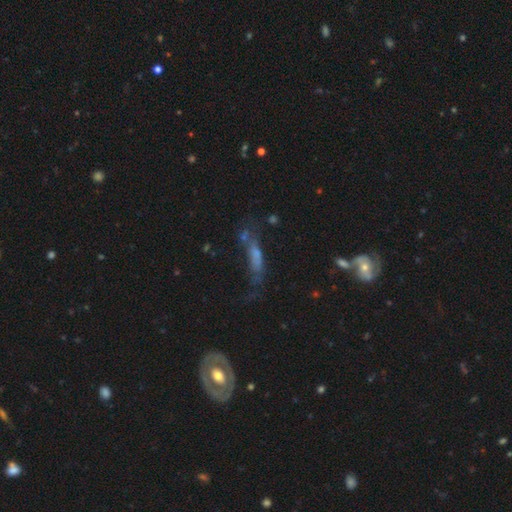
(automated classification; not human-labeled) Smooth or featured? Predicted: smooth (p=0.48). Merging? Predicted: none (p=0.41).